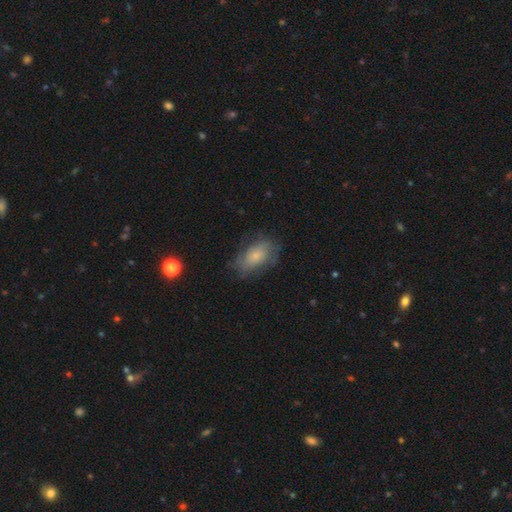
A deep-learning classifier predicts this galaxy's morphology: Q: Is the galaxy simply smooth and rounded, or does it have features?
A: smooth — 48%.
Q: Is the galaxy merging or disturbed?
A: none — 65%.